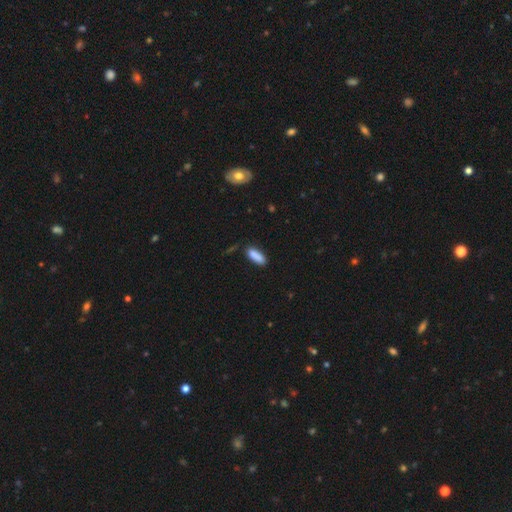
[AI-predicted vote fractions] A smooth galaxy with no disk features (86%) that is in between round and cigar-shaped (60%).

Vote fractions:
- Smooth or featured? smooth: 86% / star or artifact: 7% / featured or disk: 6%
- How rounded? in between: 60% / cigar-shaped: 38% / round: 2%
- Merging? none: 72% / minor disturbance: 19% / merger: 5% / major disturbance: 4%